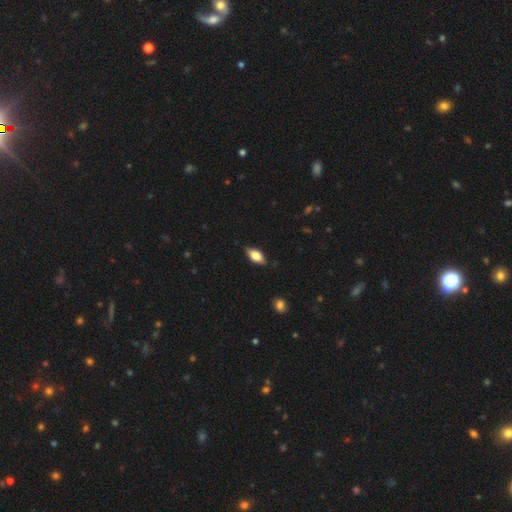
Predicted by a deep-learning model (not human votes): Smooth or featured? smooth (68%)
How rounded? in between (85%)
Merging? none (85%)